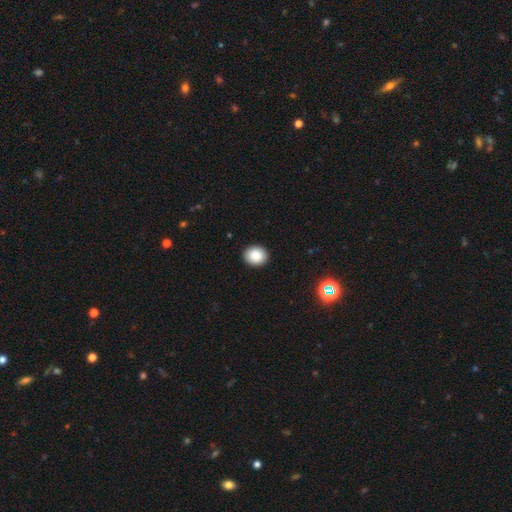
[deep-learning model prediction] A smooth galaxy with no disk features (86%) that is round (71%).

Vote fractions:
- Smooth or featured? smooth: 86% / star or artifact: 9% / featured or disk: 5%
- How rounded? round: 71% / in between: 28% / cigar-shaped: 1%
- Merging? none: 92% / minor disturbance: 5% / major disturbance: 2% / merger: 1%